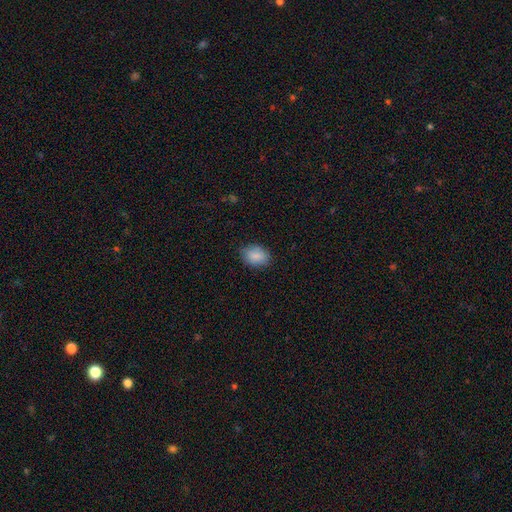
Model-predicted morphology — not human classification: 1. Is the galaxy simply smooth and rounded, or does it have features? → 87% smooth, 7% star or artifact, 5% featured or disk.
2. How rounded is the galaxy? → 75% in between, 24% round, 1% cigar-shaped.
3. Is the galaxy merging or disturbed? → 82% none, 14% minor disturbance, 3% major disturbance, 1% merger.